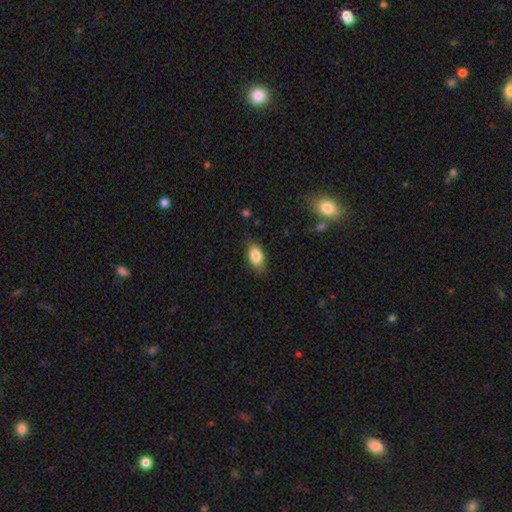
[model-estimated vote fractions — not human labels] smooth-or-featured: smooth: 83% | featured or disk: 9% | star or artifact: 7%
  how-rounded: in between: 88% | round: 8% | cigar-shaped: 4%
  merging: none: 75% | minor disturbance: 20% | major disturbance: 4% | merger: 1%